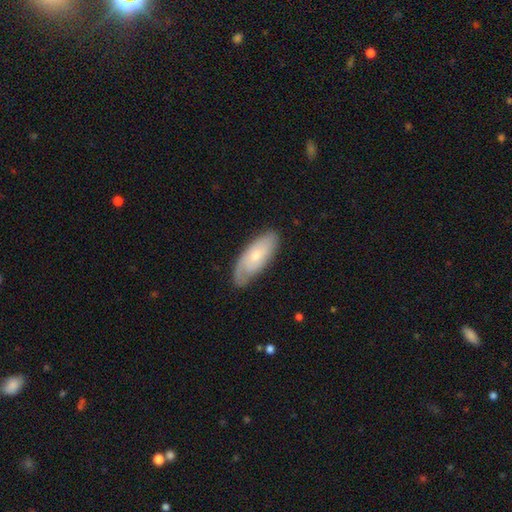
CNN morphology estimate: smooth-or-featured: featured or disk: 50% | smooth: 44% | star or artifact: 6%
  disk-edge-on: no: 84% | yes: 16%
  merging: none: 72% | minor disturbance: 21% | major disturbance: 6% | merger: 1%